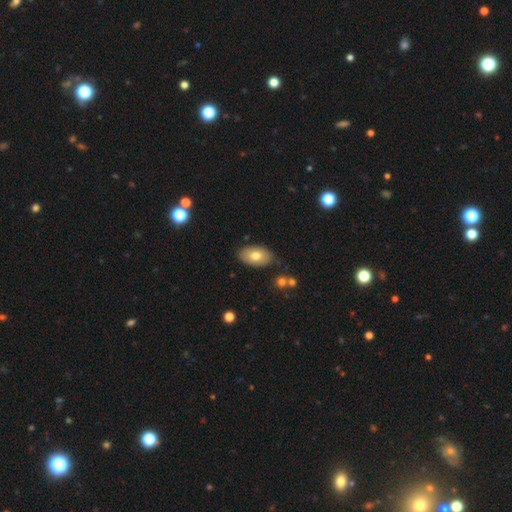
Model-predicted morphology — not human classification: Q: Smooth or featured?
A: smooth (74%); runner-up: featured or disk (18%)
Q: How rounded?
A: in between (92%); runner-up: round (7%)
Q: Merging?
A: none (81%); runner-up: minor disturbance (14%)